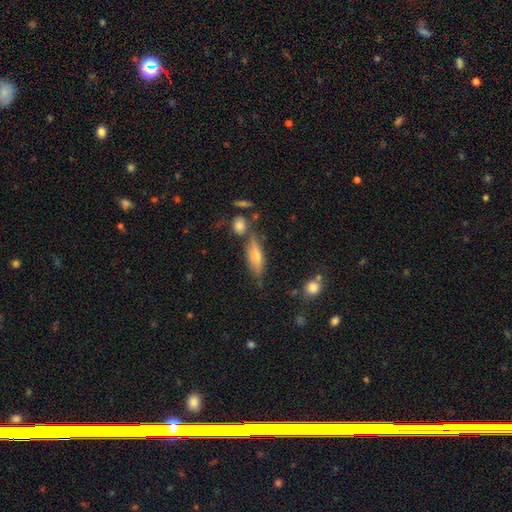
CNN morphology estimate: The model was most divided on "how rounded": cigar-shaped: 53%, in between: 44%, round: 3%. More confident: merging — none (66%); smooth or featured — smooth (52%).